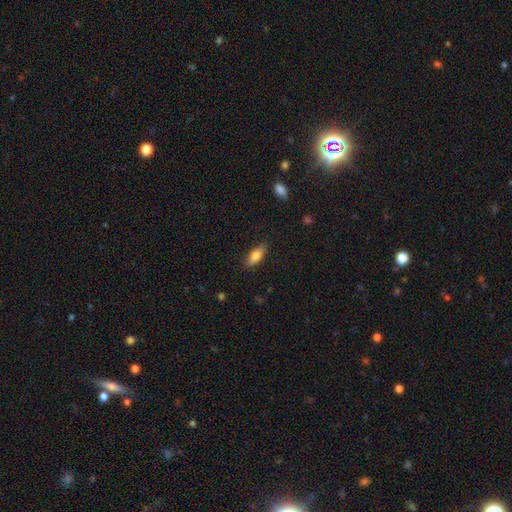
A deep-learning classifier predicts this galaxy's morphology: A smooth galaxy with no disk features (79%) that is in between round and cigar-shaped (72%).

Vote fractions:
- Smooth or featured? smooth: 79% / featured or disk: 14% / star or artifact: 7%
- How rounded? in between: 72% / cigar-shaped: 25% / round: 3%
- Merging? none: 84% / minor disturbance: 12% / major disturbance: 3% / merger: 1%